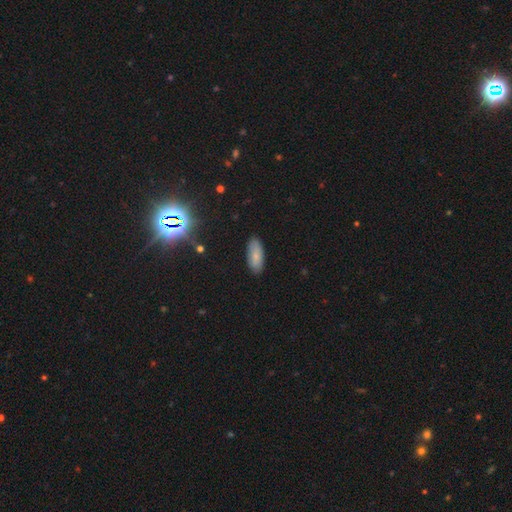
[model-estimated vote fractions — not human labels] smooth-or-featured: smooth: 80% | featured or disk: 13% | star or artifact: 8%
  how-rounded: in between: 84% | cigar-shaped: 14% | round: 2%
  merging: none: 85% | minor disturbance: 11% | major disturbance: 2% | merger: 1%